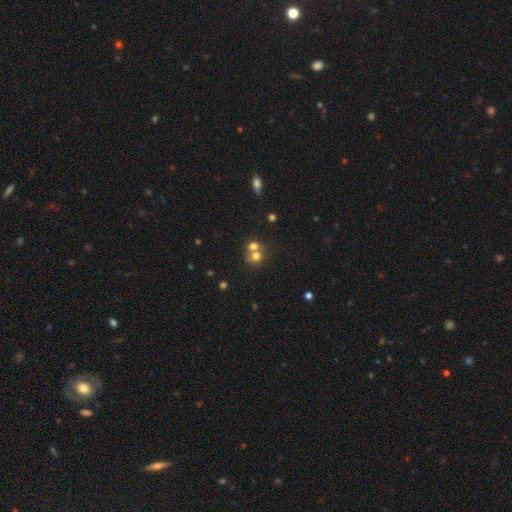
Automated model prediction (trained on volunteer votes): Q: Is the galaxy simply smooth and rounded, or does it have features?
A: smooth — 68%.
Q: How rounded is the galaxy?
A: round — 75%.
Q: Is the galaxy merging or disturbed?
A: merger — 54%.